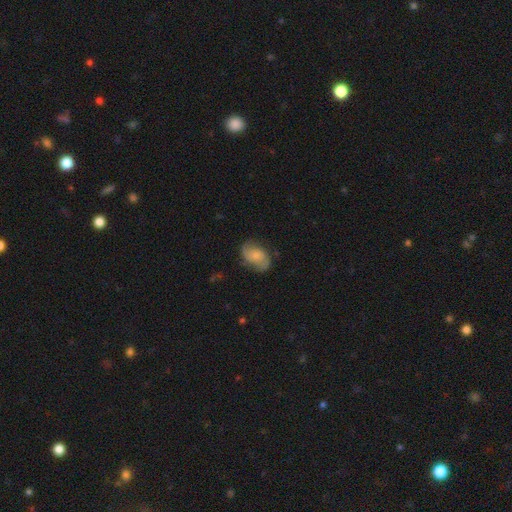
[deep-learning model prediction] This appears to be a featured or disk galaxy (49%). Merging: none (69%).